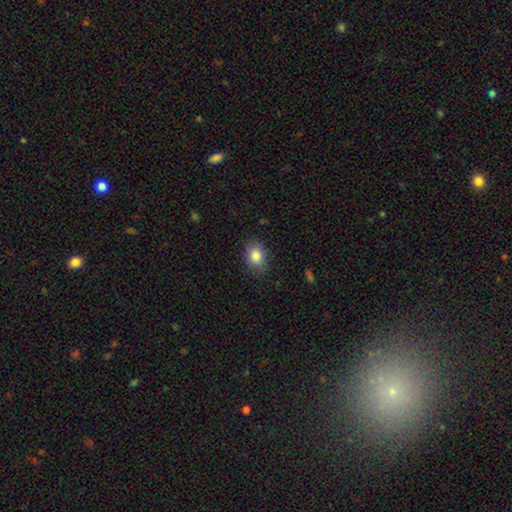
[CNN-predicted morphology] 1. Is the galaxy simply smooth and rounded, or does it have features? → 86% smooth, 8% star or artifact, 6% featured or disk.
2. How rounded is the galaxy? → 69% in between, 30% round, 1% cigar-shaped.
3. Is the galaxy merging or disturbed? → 83% none, 13% minor disturbance, 3% major disturbance, 1% merger.